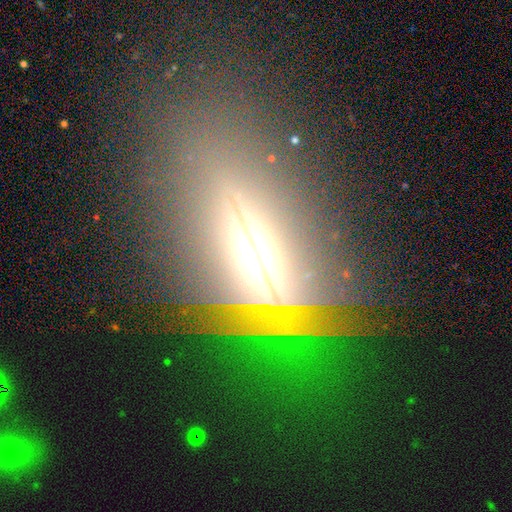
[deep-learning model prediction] smooth_or_featured: featured or disk (p=0.64) [alt: star or artifact p=0.20]
disk_edge_on: yes (p=0.84) [alt: no p=0.16]
edge_on_bulge: rounded (p=0.78) [alt: boxy p=0.13]
merging: none (p=0.73) [alt: minor disturbance p=0.13]